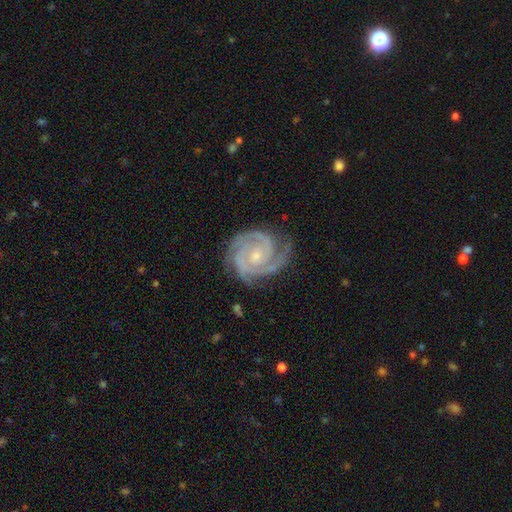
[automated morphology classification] A featured or disk galaxy (92%) with no bar (68%), 3 (51%) tight (74%) spiral arms (99%) and a small central bulge (63%).

Vote fractions:
- Smooth or featured? featured or disk: 92% / star or artifact: 4% / smooth: 3%
- Edge-on disk? no: 98% / yes: 2%
- Bar? no: 68% / weak: 25% / strong: 8%
- Spiral arms? yes: 99% / no: 1%
- Spiral winding? tight: 74% / medium: 24% / loose: 2%
- Spiral arm count? 3: 51% / 2: 27% / 4: 8% / can't tell: 6% / more than 4: 4% / 1: 4%
- Bulge size? small: 63% / moderate: 33% / none: 2% / large: 1% / dominant: 1%
- Merging? none: 79% / minor disturbance: 16% / major disturbance: 4% / merger: 1%